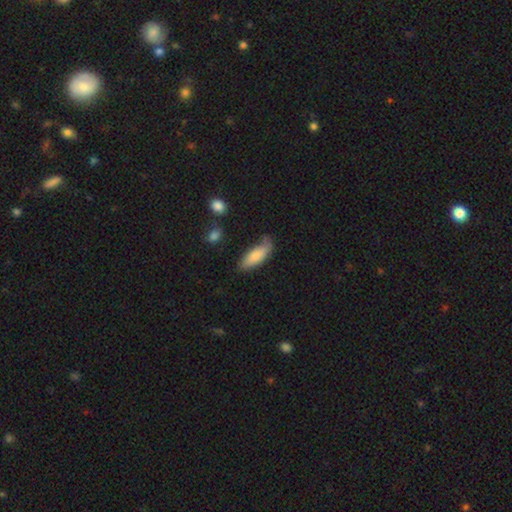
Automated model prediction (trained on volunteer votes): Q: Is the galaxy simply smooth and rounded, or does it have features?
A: smooth — 78%.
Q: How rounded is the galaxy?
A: in between — 67%.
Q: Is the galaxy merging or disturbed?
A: none — 61%.